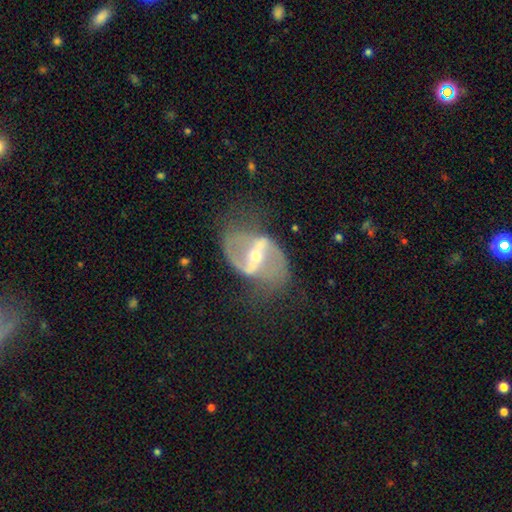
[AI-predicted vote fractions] The model was most divided on "bulge size": small: 56%, moderate: 40%, large: 2%, none: 1%, dominant: 1%. More confident: edge-on disk — no (96%); spiral arm count — 2 (91%); spiral arms — yes (88%); smooth or featured — featured or disk (88%); bar — strong (67%); merging — none (61%); spiral winding — loose (56%).